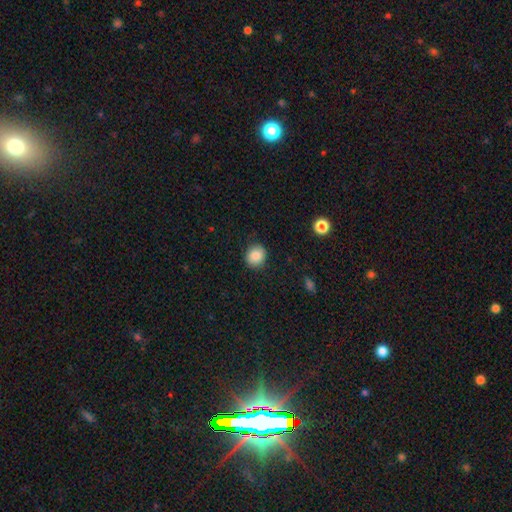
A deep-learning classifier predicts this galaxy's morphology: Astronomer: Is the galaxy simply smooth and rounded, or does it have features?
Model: smooth — 87%.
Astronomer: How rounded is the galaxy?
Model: round — 74%.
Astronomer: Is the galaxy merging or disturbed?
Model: none — 86%.